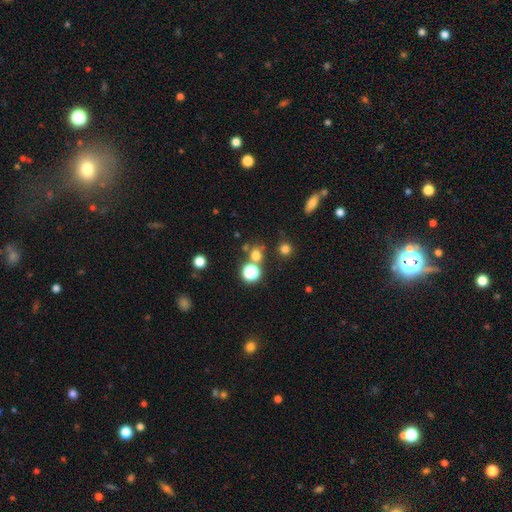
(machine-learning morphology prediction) smooth 64%, star or artifact 28%, featured or disk 8%. Down the decision tree: how rounded — round (85%); merging — none (70%).